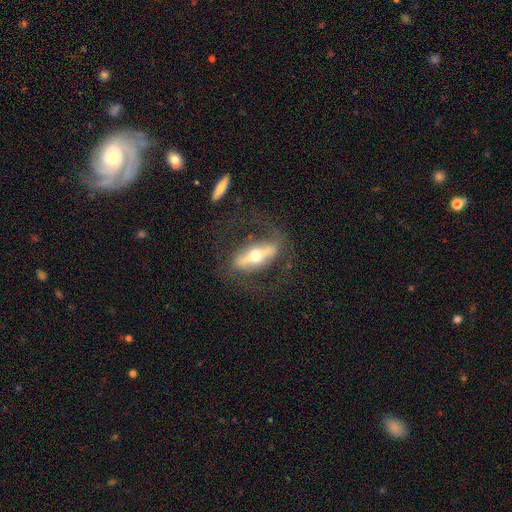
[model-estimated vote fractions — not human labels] featured or disk 76%, smooth 18%, star or artifact 6%. Down the decision tree: edge-on disk — no (55%); merging — none (71%).